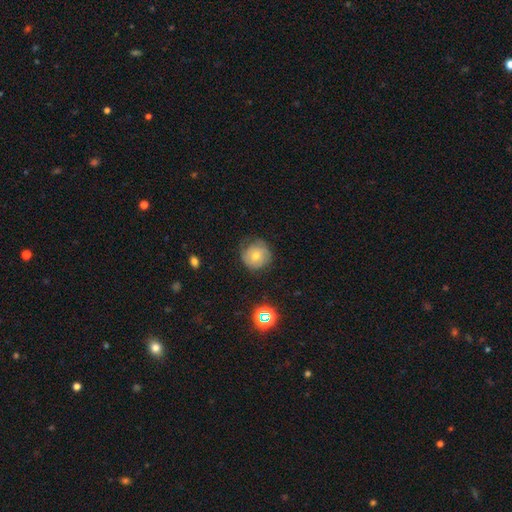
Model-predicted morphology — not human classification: Overall: smooth (51%; featured or disk 37%). How rounded: round (91%). Merging: none (66%).